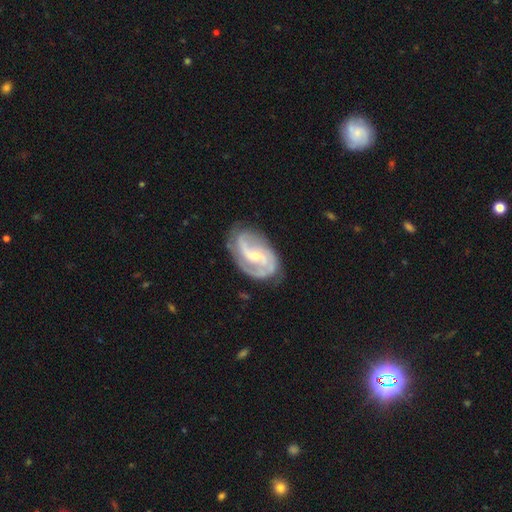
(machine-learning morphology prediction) A featured or disk galaxy (89%) with a weak bar (44%), 2 (67%) medium (49%) spiral arms (97%) and a small central bulge (57%). Merging: none (70%).